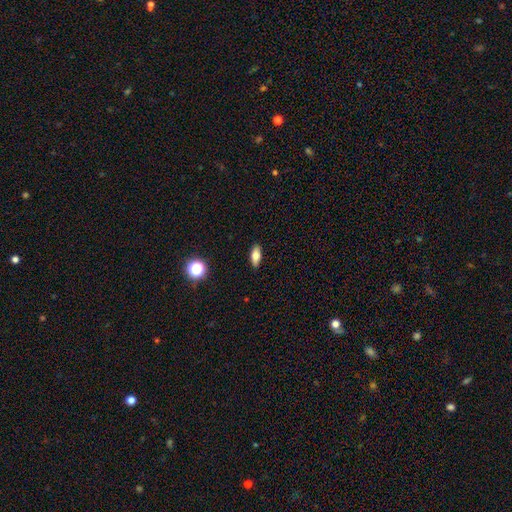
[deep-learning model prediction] smooth 72%, featured or disk 19%, star or artifact 9%. Down the decision tree: how rounded — in between (75%); merging — none (89%).